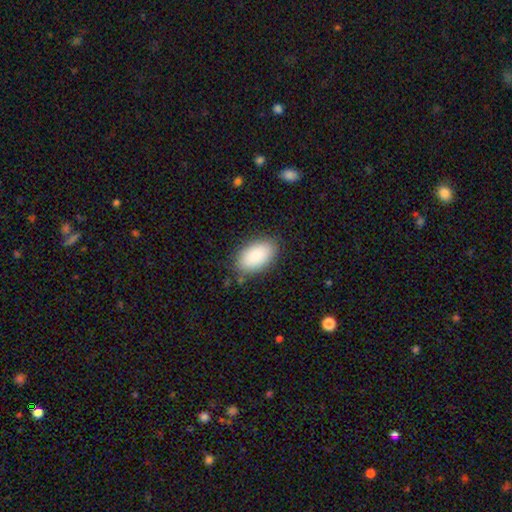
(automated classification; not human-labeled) Smooth or featured? Predicted: smooth (p=0.89). How rounded? Predicted: in between (p=0.94). Merging? Predicted: none (p=0.82).